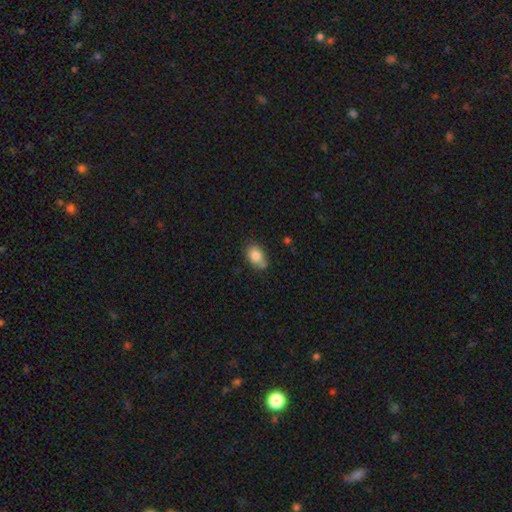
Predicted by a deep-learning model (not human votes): smooth-or-featured: smooth: 83% | star or artifact: 8% | featured or disk: 8%
  how-rounded: in between: 77% | round: 22% | cigar-shaped: 2%
  merging: none: 60% | minor disturbance: 24% | merger: 11% | major disturbance: 5%